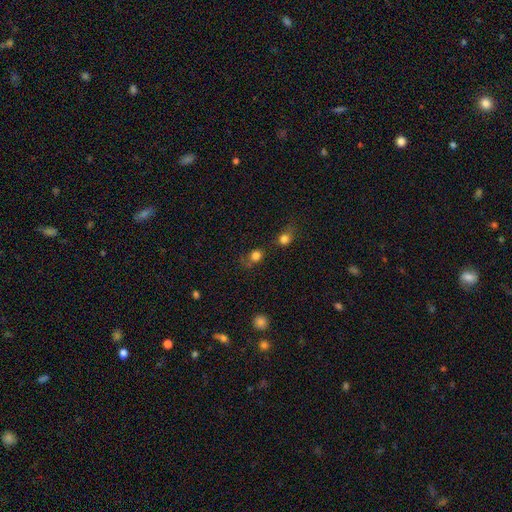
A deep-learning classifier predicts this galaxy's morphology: Smooth or featured?
  - smooth: 79% *
  - star or artifact: 13%
  - featured or disk: 8%
How rounded?
  - round: 70% *
  - in between: 29%
  - cigar-shaped: 1%
Merging?
  - none: 51% *
  - minor disturbance: 19%
  - merger: 18%
  - major disturbance: 13%